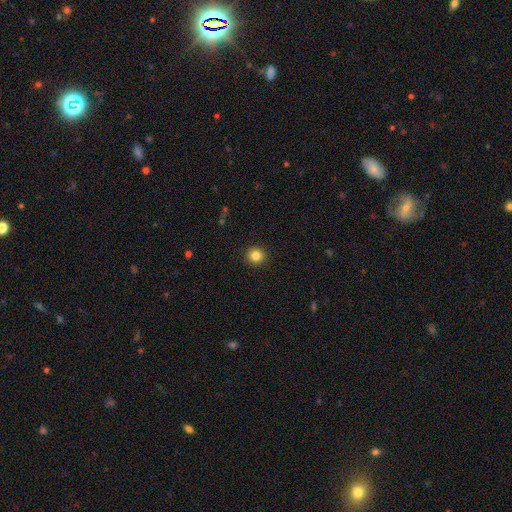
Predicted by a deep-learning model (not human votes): This appears to be a smooth galaxy with no disk features (84%) that is round (93%). Merging: none (92%).